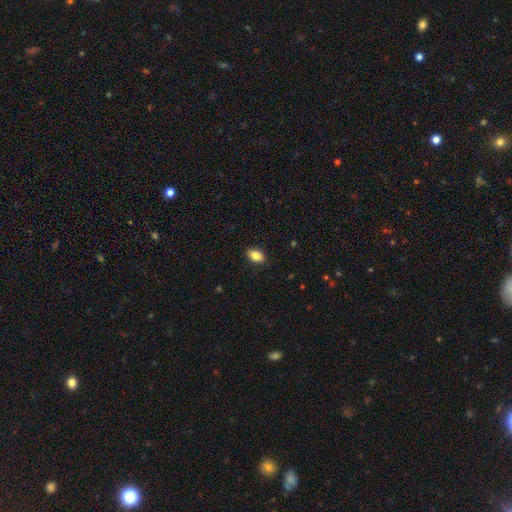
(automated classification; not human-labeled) Overall: smooth (86%). How rounded: in between (88%). Merging: none (88%).